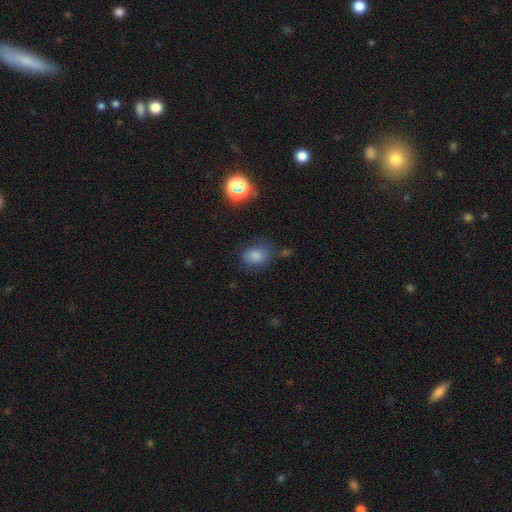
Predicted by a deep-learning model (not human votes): smooth-or-featured: smooth: 80% | star or artifact: 13% | featured or disk: 7%
  how-rounded: in between: 60% | round: 39% | cigar-shaped: 1%
  merging: none: 70% | minor disturbance: 20% | major disturbance: 7% | merger: 4%